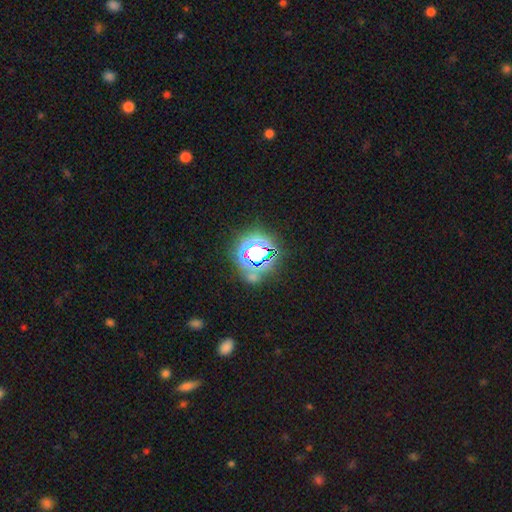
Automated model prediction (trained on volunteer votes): This appears to be a star or artifact, not a galaxy (71%).